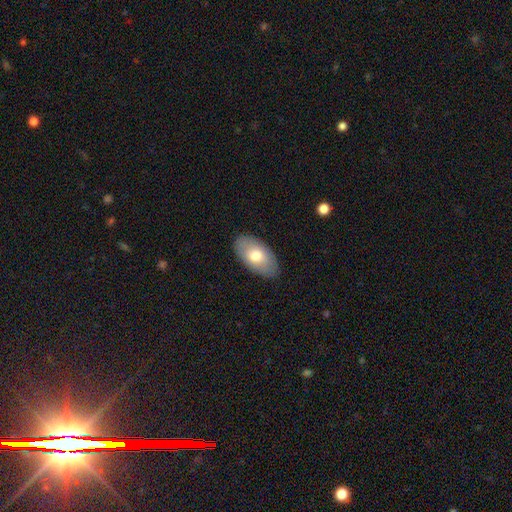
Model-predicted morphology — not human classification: The model was most divided on "smooth or featured": smooth: 72%, featured or disk: 22%, star or artifact: 6%. More confident: how rounded — in between (94%); merging — none (86%).